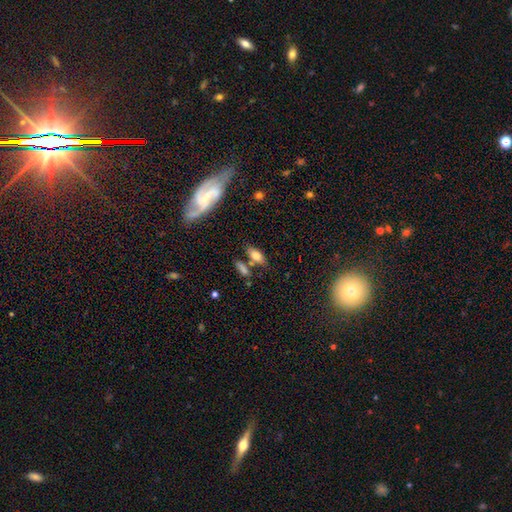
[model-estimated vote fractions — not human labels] Smooth or featured: smooth — 72% (featured or disk — 19%)
How rounded: in between — 80% (cigar-shaped — 16%)
Merging: none — 64% (merger — 16%)